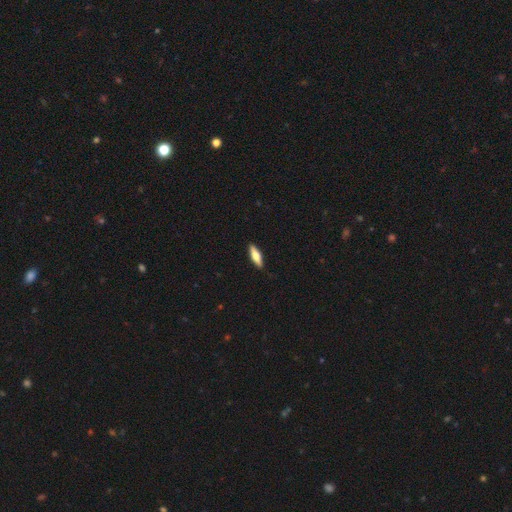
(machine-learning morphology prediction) Q: Smooth or featured?
A: smooth (62%); runner-up: featured or disk (33%)
Q: How rounded?
A: cigar-shaped (56%); runner-up: in between (42%)
Q: Merging?
A: none (91%); runner-up: minor disturbance (7%)